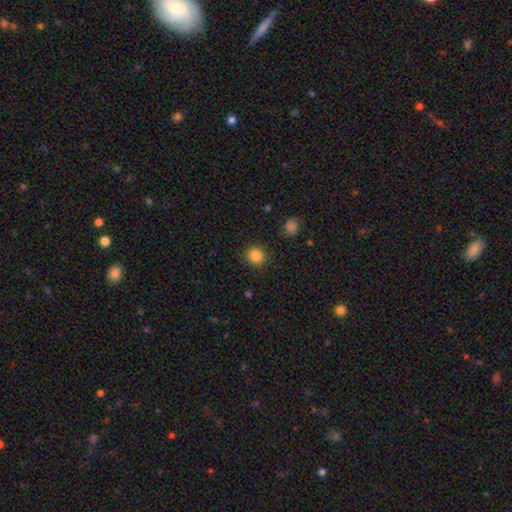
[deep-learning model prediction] Morphology: type=smooth (85%); roundness=round (87%); merging=none (90%).